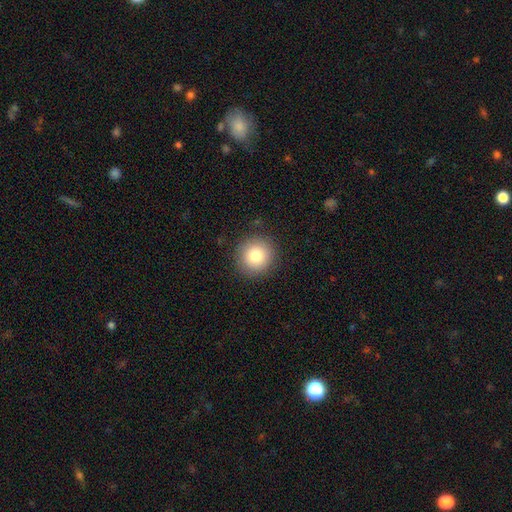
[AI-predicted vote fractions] smooth 81%, star or artifact 10%, featured or disk 9%. Down the decision tree: how rounded — round (94%); merging — none (89%).